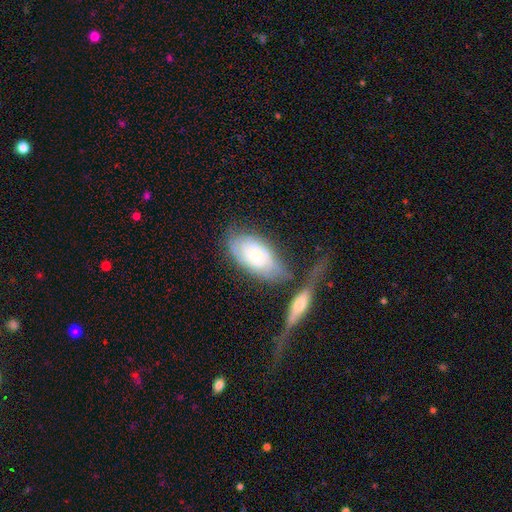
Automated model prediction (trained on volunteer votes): Morphology: type=featured or disk (56%); edge-on=no (88%); merging=none (44%).